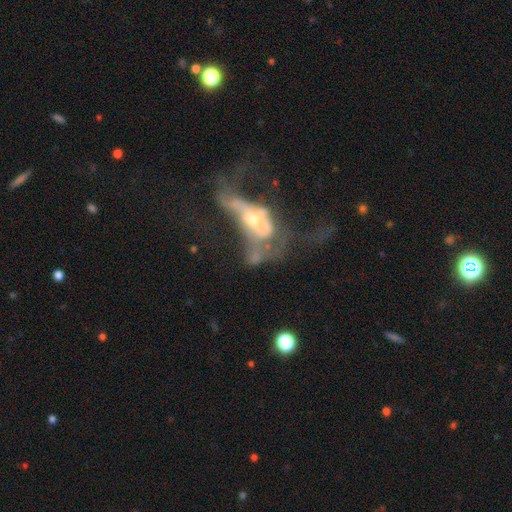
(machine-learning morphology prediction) A featured or disk galaxy (61%) with no bar (72%), no spiral arms (69%) and a moderate central bulge (45%). Merging: major disturbance (46%).